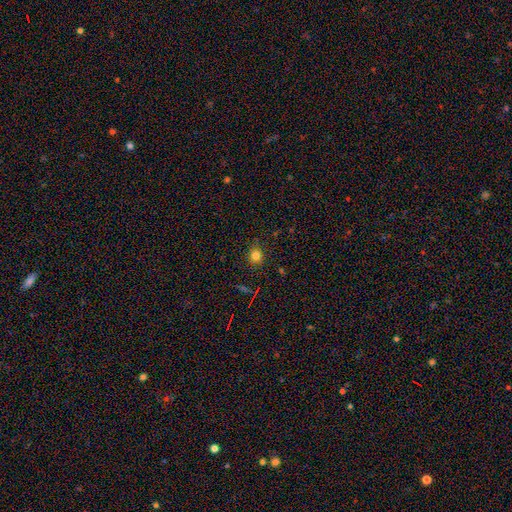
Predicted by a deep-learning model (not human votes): This appears to be a smooth galaxy with no disk features (79%) that is round (84%). Merging: none (87%).